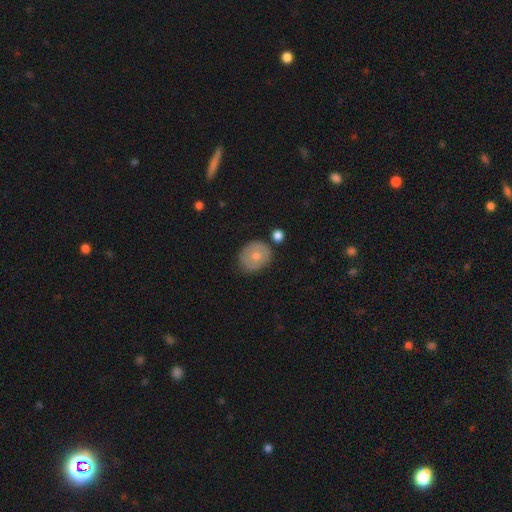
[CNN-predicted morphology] A smooth galaxy with no disk features (68%) that is round (71%). Merging: none (69%).